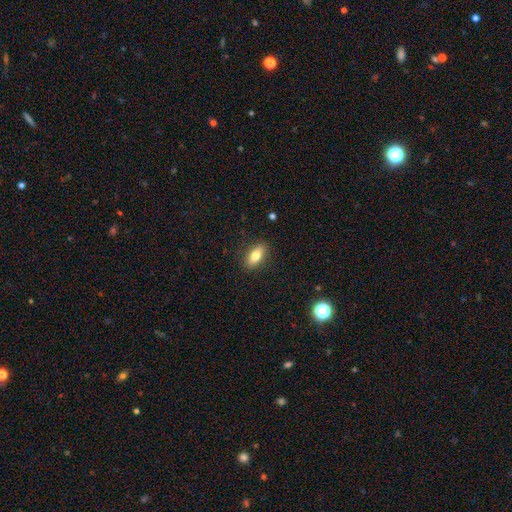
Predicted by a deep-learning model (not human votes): Smooth or featured? smooth (75%)
How rounded? in between (80%)
Merging? none (88%)